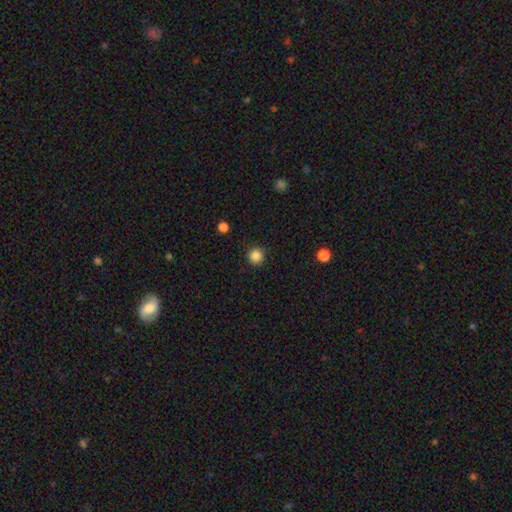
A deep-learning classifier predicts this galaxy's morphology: Smooth or featured? Predicted: smooth (p=0.86). How rounded? Predicted: round (p=0.95). Merging? Predicted: none (p=0.92).